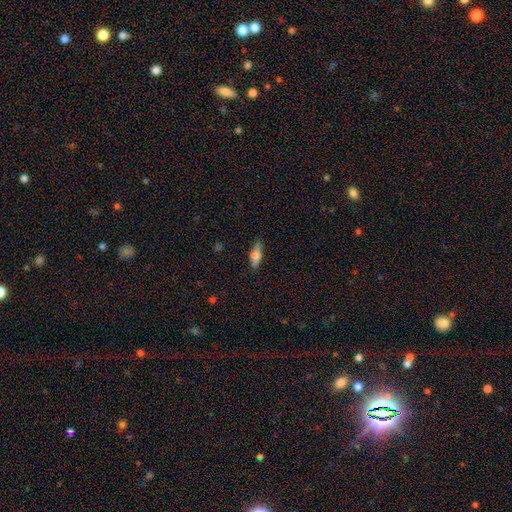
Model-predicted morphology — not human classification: A smooth galaxy with no disk features (63%) that is in between round and cigar-shaped (58%).

Vote fractions:
- Smooth or featured? smooth: 63% / featured or disk: 29% / star or artifact: 8%
- How rounded? in between: 58% / cigar-shaped: 39% / round: 3%
- Merging? none: 82% / minor disturbance: 14% / major disturbance: 3% / merger: 1%